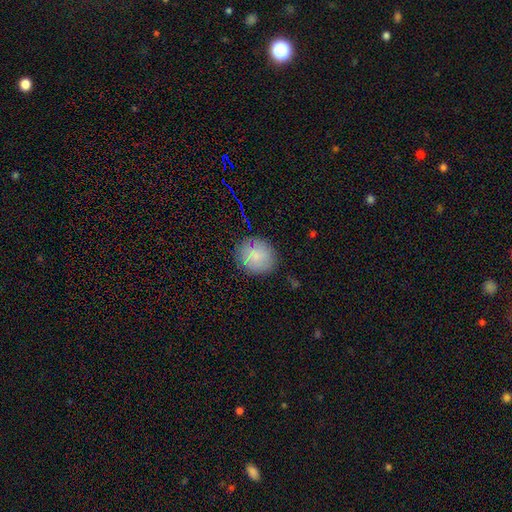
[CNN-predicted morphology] smooth-or-featured: smooth: 80% | star or artifact: 11% | featured or disk: 10%
  how-rounded: round: 81% | in between: 18% | cigar-shaped: 1%
  merging: none: 84% | minor disturbance: 11% | major disturbance: 3% | merger: 2%